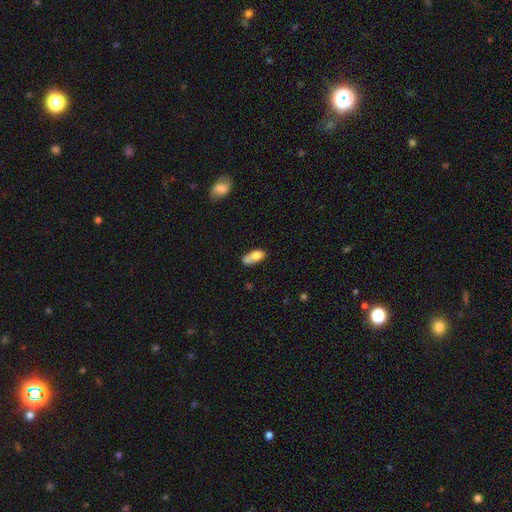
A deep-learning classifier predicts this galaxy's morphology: Smooth or featured?
  - smooth: 73% *
  - featured or disk: 18%
  - star or artifact: 8%
How rounded?
  - in between: 84% *
  - cigar-shaped: 9%
  - round: 7%
Merging?
  - none: 35% *
  - merger: 33%
  - minor disturbance: 22%
  - major disturbance: 10%